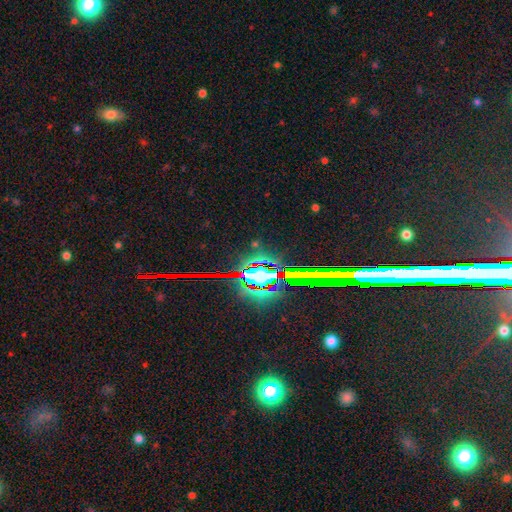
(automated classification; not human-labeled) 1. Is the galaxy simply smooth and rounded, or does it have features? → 81% star or artifact, 11% featured or disk, 8% smooth.